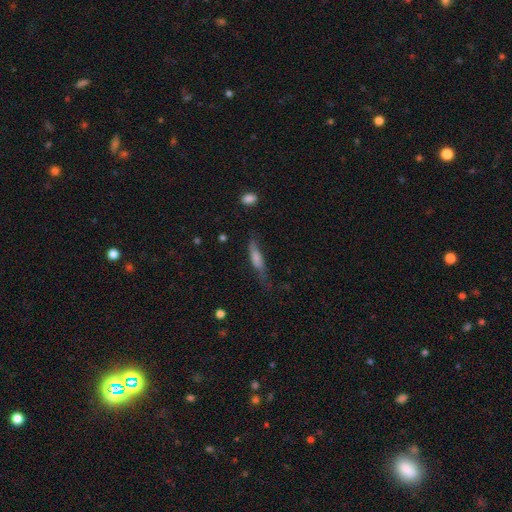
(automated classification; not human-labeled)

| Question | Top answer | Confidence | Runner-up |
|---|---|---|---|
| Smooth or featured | smooth | 62% | featured or disk (30%) |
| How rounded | cigar-shaped | 74% | in between (23%) |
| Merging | none | 53% | minor disturbance (30%) |